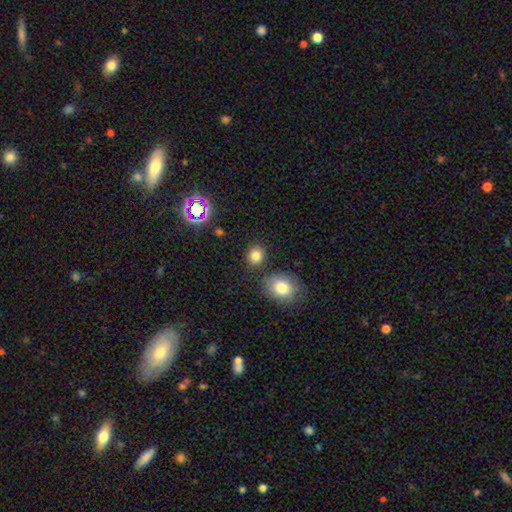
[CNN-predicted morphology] Smooth or featured? smooth (80%)
How rounded? round (75%)
Merging? none (82%)